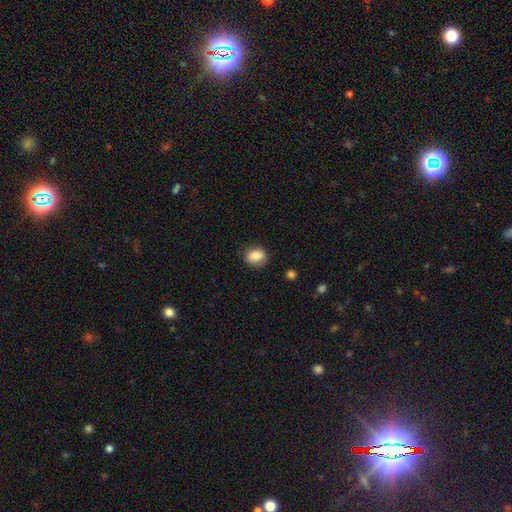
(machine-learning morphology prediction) smooth_or_featured: smooth (p=0.82) [alt: featured or disk p=0.10]
how_rounded: round (p=0.53) [alt: in between p=0.45]
merging: none (p=0.82) [alt: minor disturbance p=0.14]